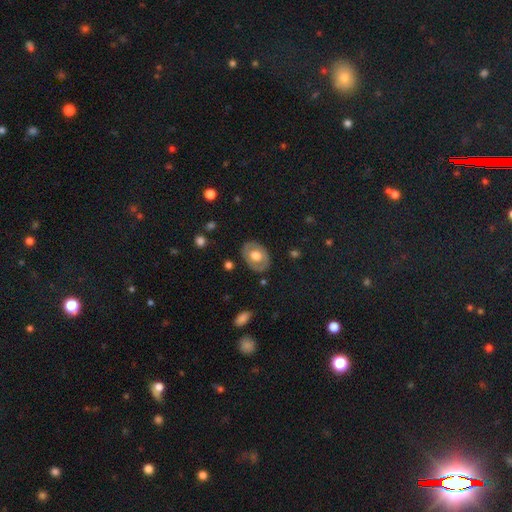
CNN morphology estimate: Q: Smooth or featured?
A: smooth (53%); runner-up: featured or disk (41%)
Q: How rounded?
A: in between (73%); runner-up: round (26%)
Q: Merging?
A: none (82%); runner-up: minor disturbance (13%)